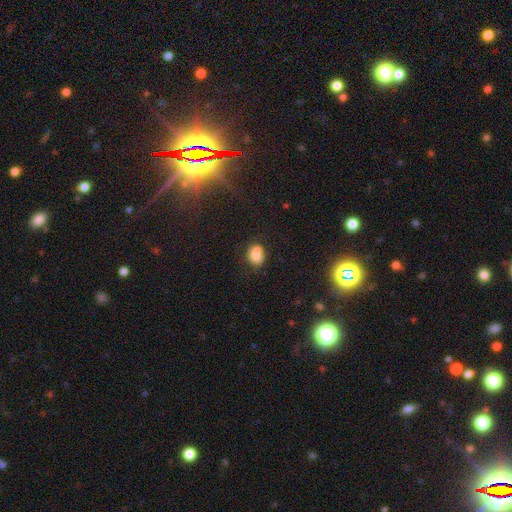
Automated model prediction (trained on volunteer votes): Smooth or featured? smooth (73%)
How rounded? round (57%)
Merging? none (44%)